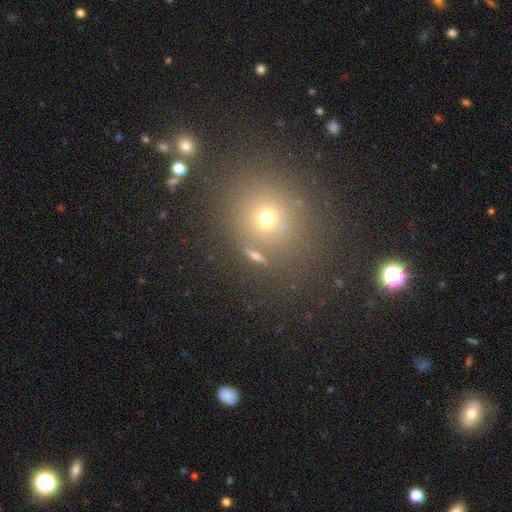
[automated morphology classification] The model was most divided on "smooth or featured": smooth: 60%, star or artifact: 29%, featured or disk: 11%. More confident: how rounded — round (81%); merging — none (77%).